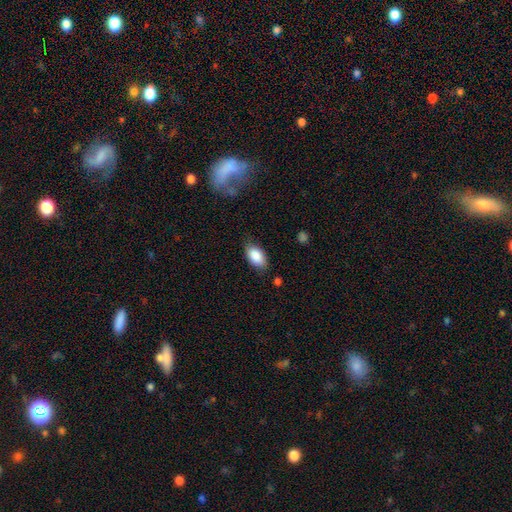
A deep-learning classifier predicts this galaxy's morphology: type=smooth (87%); roundness=in between (93%); merging=none (78%).